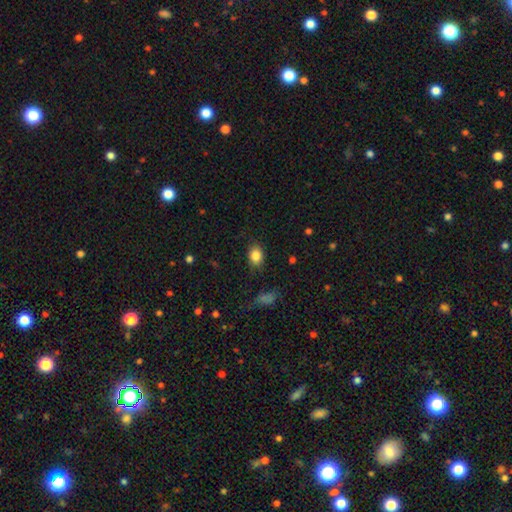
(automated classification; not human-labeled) The model was most divided on "how rounded": in between: 58%, round: 40%, cigar-shaped: 1%. More confident: smooth or featured — smooth (84%); merging — none (82%).